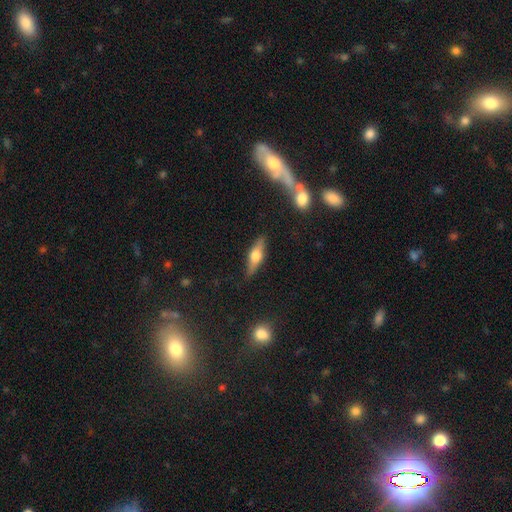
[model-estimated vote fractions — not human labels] smooth_or_featured: featured or disk (p=0.52) [alt: smooth p=0.40]
disk_edge_on: yes (p=0.92) [alt: no p=0.08]
merging: none (p=0.86) [alt: minor disturbance p=0.10]